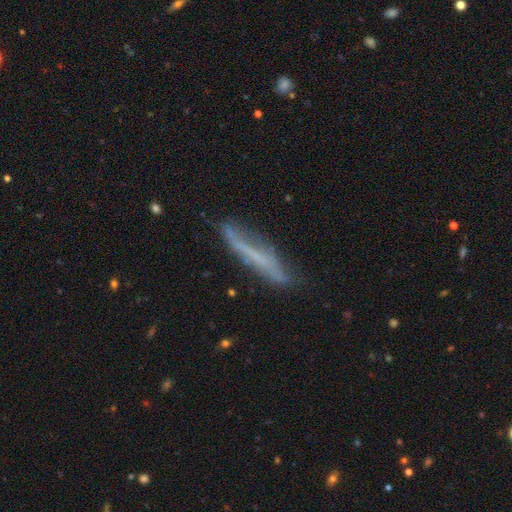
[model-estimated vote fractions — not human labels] featured or disk 48%, smooth 42%, star or artifact 10%. Down the decision tree: merging — none (67%).